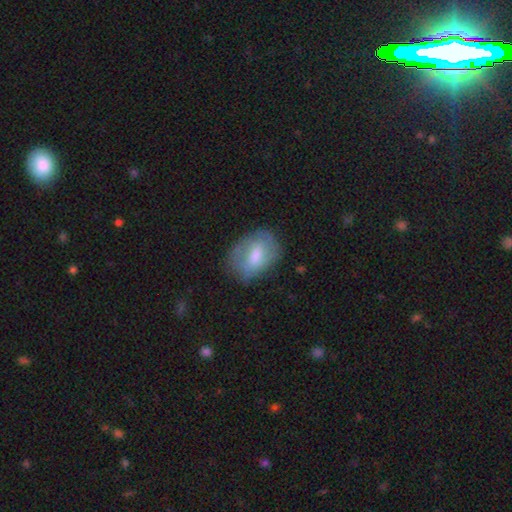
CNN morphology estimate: Overall: smooth (60%; featured or disk 32%). How rounded: in between (79%). Merging: none (63%; minor disturbance 25%).